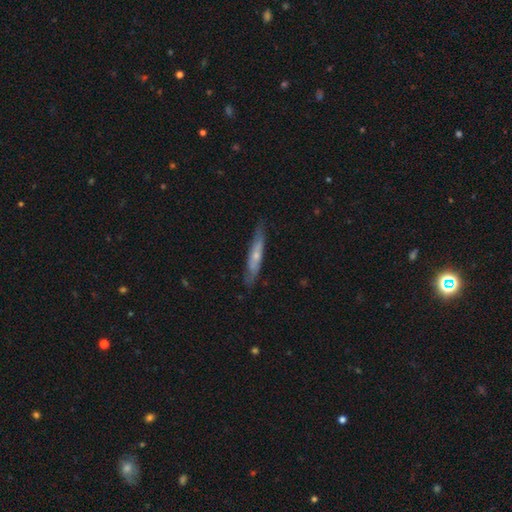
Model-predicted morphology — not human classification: Smooth or featured: featured or disk — 50% (smooth — 45%)
Merging: none — 80% (minor disturbance — 16%)